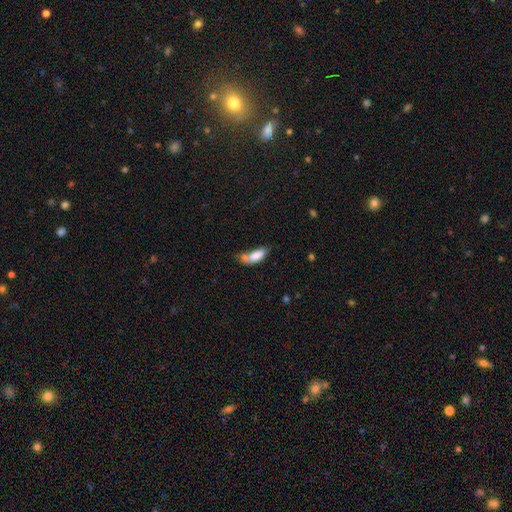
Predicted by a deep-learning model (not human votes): Overall: smooth (78%). How rounded: in between (72%). Merging: none (33%; merger 28%).